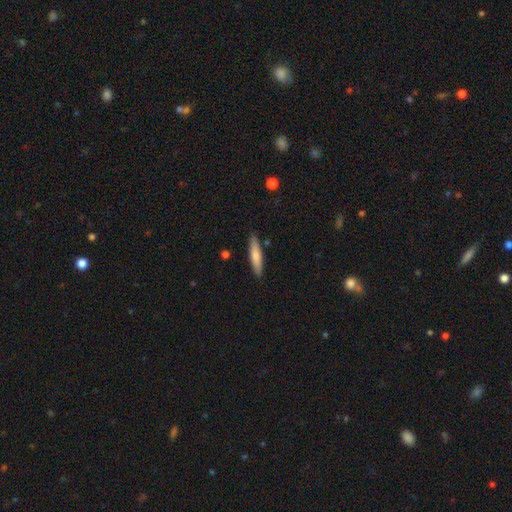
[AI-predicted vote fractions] Smooth or featured: smooth — 74% (featured or disk — 21%)
How rounded: cigar-shaped — 83% (in between — 16%)
Merging: none — 86% (minor disturbance — 10%)